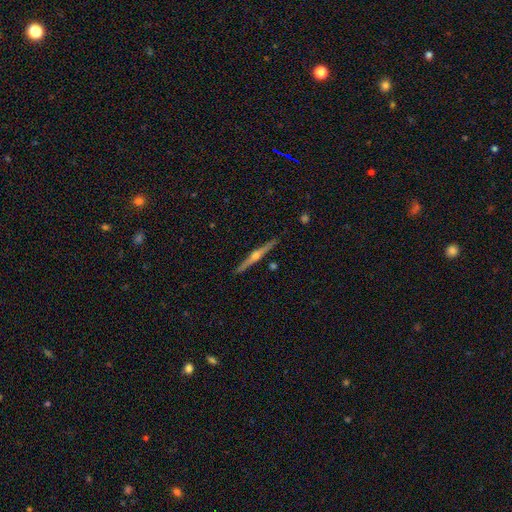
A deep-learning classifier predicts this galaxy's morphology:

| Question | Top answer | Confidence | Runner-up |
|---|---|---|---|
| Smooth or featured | featured or disk | 82% | smooth (12%) |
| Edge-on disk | yes | 99% | no (1%) |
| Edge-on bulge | rounded | 92% | boxy (4%) |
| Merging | none | 92% | minor disturbance (6%) |